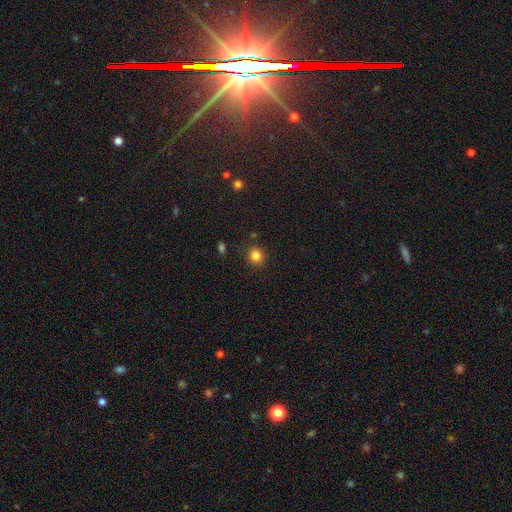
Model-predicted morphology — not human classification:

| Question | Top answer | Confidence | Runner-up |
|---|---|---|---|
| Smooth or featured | smooth | 84% | star or artifact (12%) |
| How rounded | round | 85% | in between (14%) |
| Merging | none | 87% | minor disturbance (8%) |